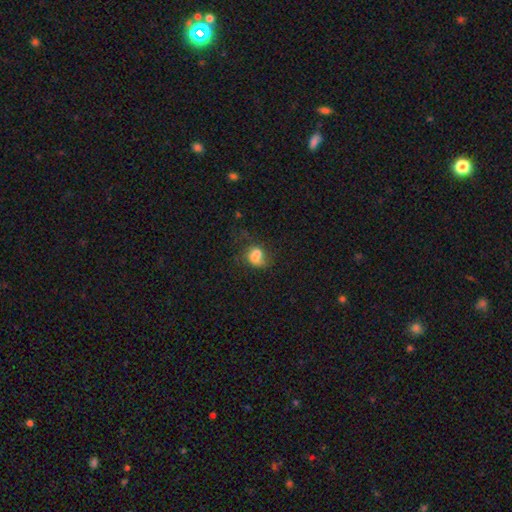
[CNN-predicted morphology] This appears to be a smooth galaxy with no disk features (70%) that is in between round and cigar-shaped (53%). Merging: none (33%).